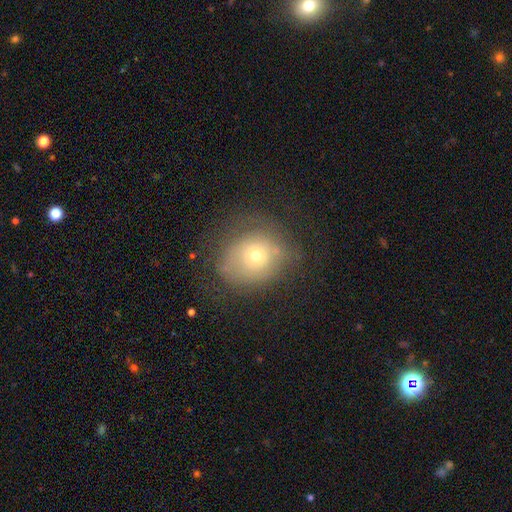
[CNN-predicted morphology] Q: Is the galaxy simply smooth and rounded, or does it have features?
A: smooth — 54%.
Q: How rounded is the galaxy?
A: round — 76%.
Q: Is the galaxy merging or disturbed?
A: none — 67%.